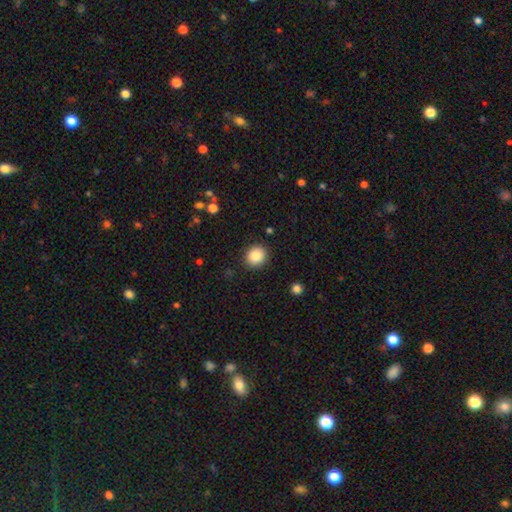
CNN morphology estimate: The model was most divided on "how rounded": round: 81%, in between: 18%, cigar-shaped: 1%. More confident: merging — none (90%); smooth or featured — smooth (87%).